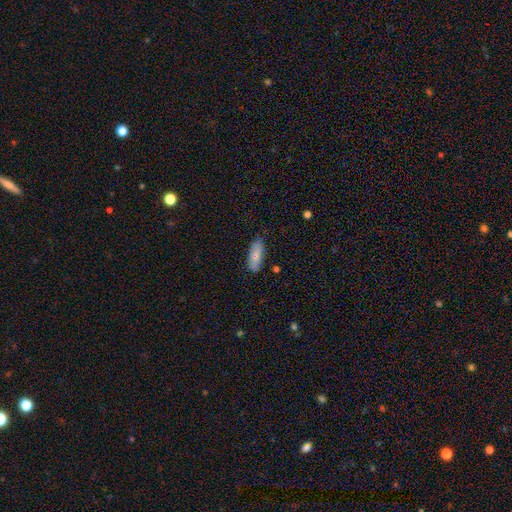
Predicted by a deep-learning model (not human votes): Morphology: type=smooth (82%); roundness=in between (72%); merging=none (79%).